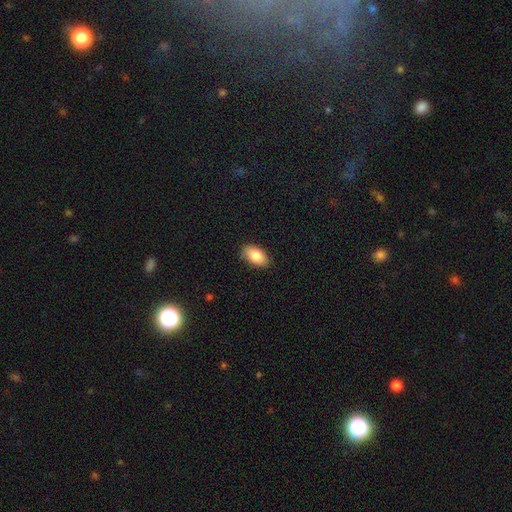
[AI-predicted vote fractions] This appears to be a smooth galaxy with no disk features (84%) that is in between round and cigar-shaped (93%). Merging: none (84%).